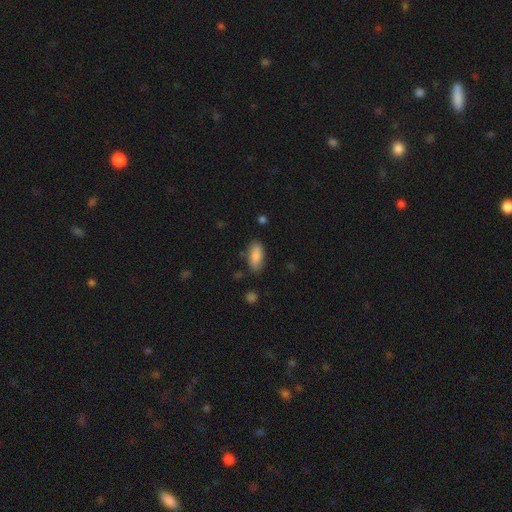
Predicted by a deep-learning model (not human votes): Smooth or featured?
  - smooth: 87% *
  - featured or disk: 7%
  - star or artifact: 6%
How rounded?
  - in between: 87% *
  - cigar-shaped: 11%
  - round: 2%
Merging?
  - none: 82% *
  - minor disturbance: 13%
  - major disturbance: 3%
  - merger: 2%